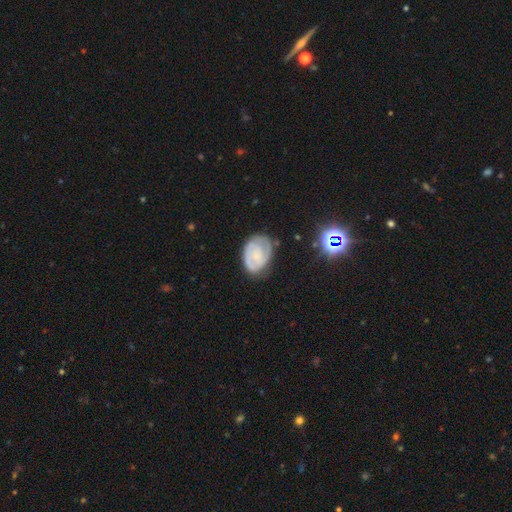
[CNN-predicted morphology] Smooth or featured? featured or disk (66%)
Edge-on disk? no (98%)
Bar? no (66%)
Spiral arms? yes (87%)
Spiral winding? tight (60%)
Spiral arm count? 2 (50%)
Bulge size? small (52%)
Merging? none (67%)